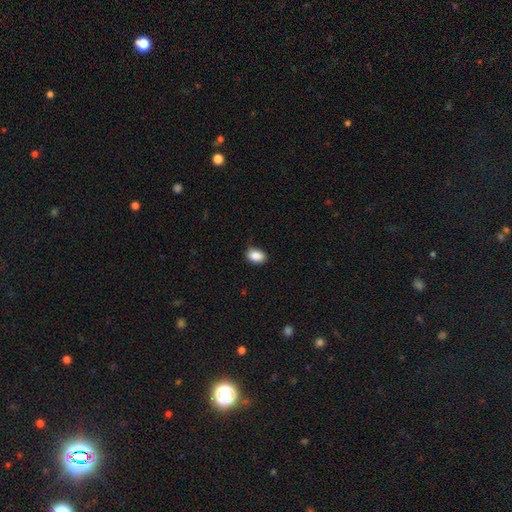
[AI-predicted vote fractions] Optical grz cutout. It shows a smooth galaxy with no disk features (88%) that is in between round and cigar-shaped (83%). Merging: none (81%).